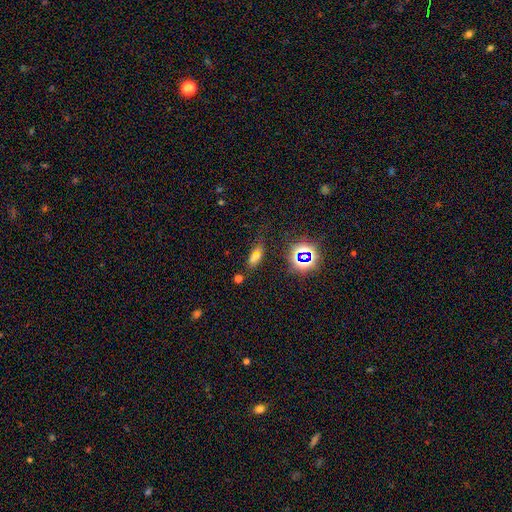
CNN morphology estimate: Smooth or featured?
  - smooth: 55% *
  - star or artifact: 28%
  - featured or disk: 17%
How rounded?
  - in between: 72% *
  - cigar-shaped: 19%
  - round: 9%
Merging?
  - none: 62% *
  - minor disturbance: 19%
  - merger: 10%
  - major disturbance: 8%